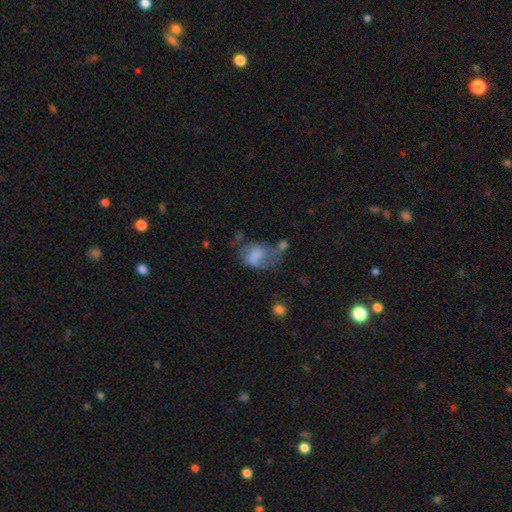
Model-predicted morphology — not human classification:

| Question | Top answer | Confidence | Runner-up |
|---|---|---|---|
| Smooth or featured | smooth | 62% | featured or disk (28%) |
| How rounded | in between | 63% | round (35%) |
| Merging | major disturbance | 34% | none (24%) |